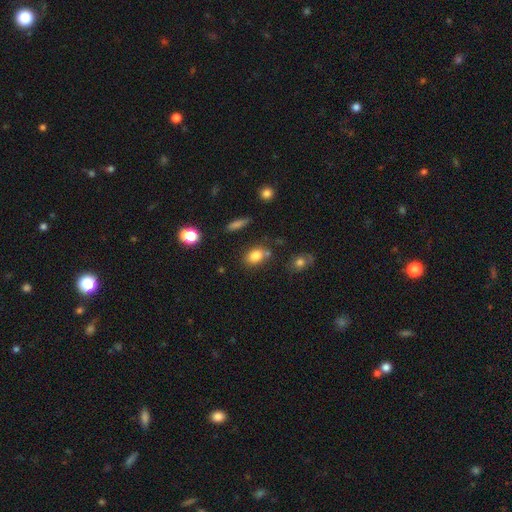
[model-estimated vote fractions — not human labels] smooth_or_featured: smooth (p=0.81) [alt: star or artifact p=0.11]
how_rounded: in between (p=0.70) [alt: round p=0.28]
merging: none (p=0.69) [alt: minor disturbance p=0.16]